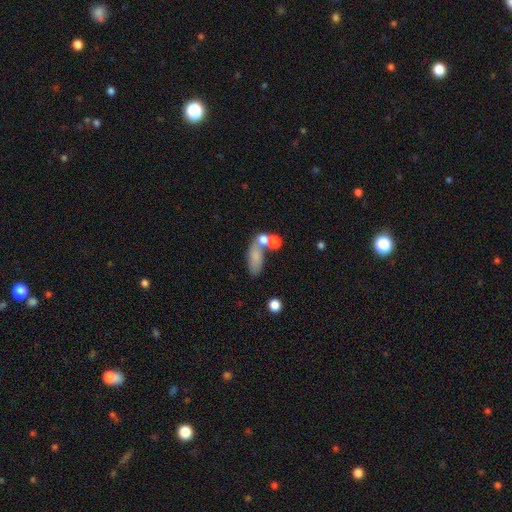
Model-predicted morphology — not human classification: Smooth or featured? Predicted: smooth (p=0.71). How rounded? Predicted: in between (p=0.73). Merging? Predicted: merger (p=0.38).